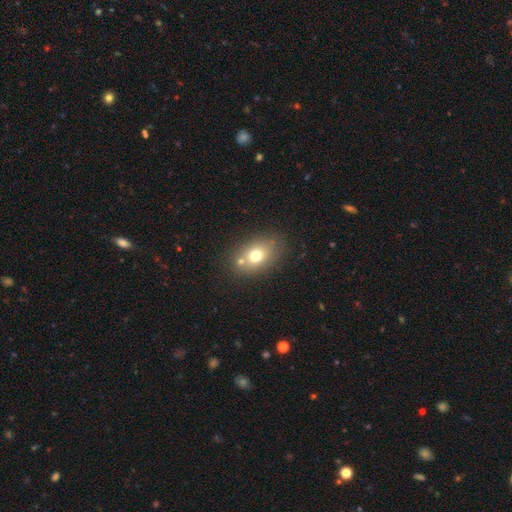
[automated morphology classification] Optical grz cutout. It shows a smooth galaxy with no disk features (69%) that is in between round and cigar-shaped (70%). Merging: none (64%).